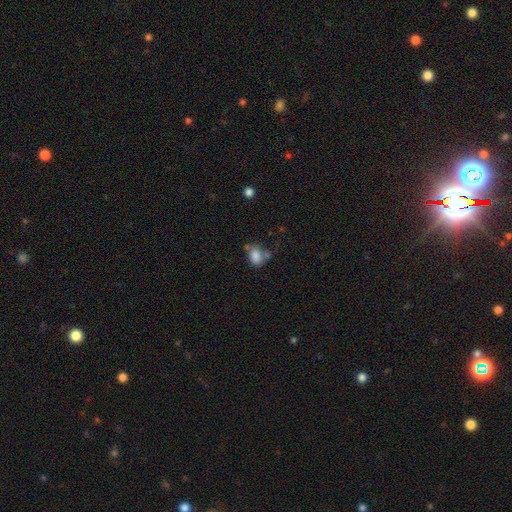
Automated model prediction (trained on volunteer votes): Q: Smooth or featured?
A: smooth (81%); runner-up: star or artifact (10%)
Q: How rounded?
A: in between (76%); runner-up: round (23%)
Q: Merging?
A: none (47%); runner-up: merger (22%)